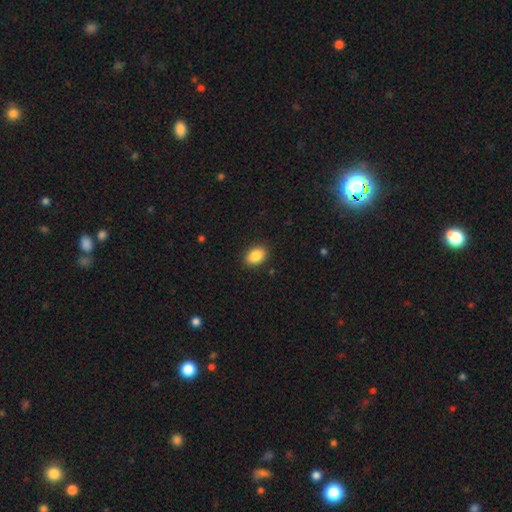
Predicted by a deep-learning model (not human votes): This is clearly a smooth galaxy (87%). How rounded: clearly in between (82%). Merging: clearly none (89%).